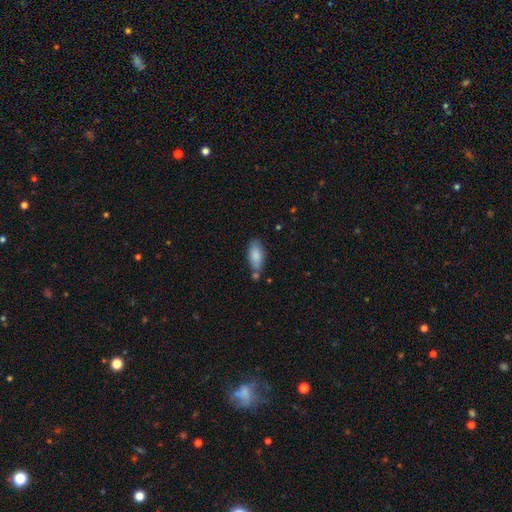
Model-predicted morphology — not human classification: Smooth or featured?
  - smooth: 84% *
  - featured or disk: 9%
  - star or artifact: 7%
How rounded?
  - in between: 87% *
  - cigar-shaped: 10%
  - round: 2%
Merging?
  - none: 60% *
  - minor disturbance: 21%
  - merger: 14%
  - major disturbance: 5%